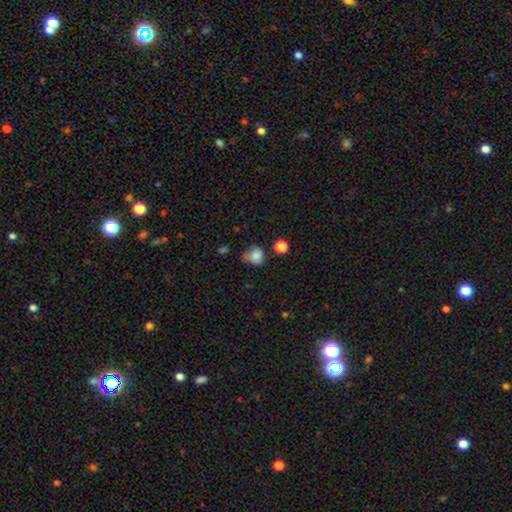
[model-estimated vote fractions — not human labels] Overall: smooth (82%). How rounded: round (76%). Merging: none (50%; minor disturbance 34%).